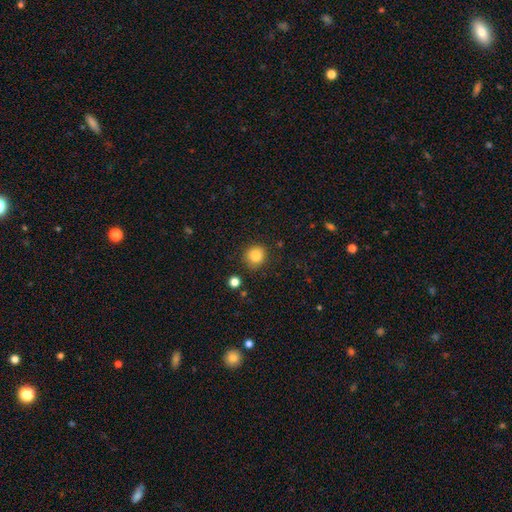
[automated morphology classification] Smooth or featured: smooth — 85% (star or artifact — 10%)
How rounded: round — 85% (in between — 14%)
Merging: none — 84% (minor disturbance — 10%)